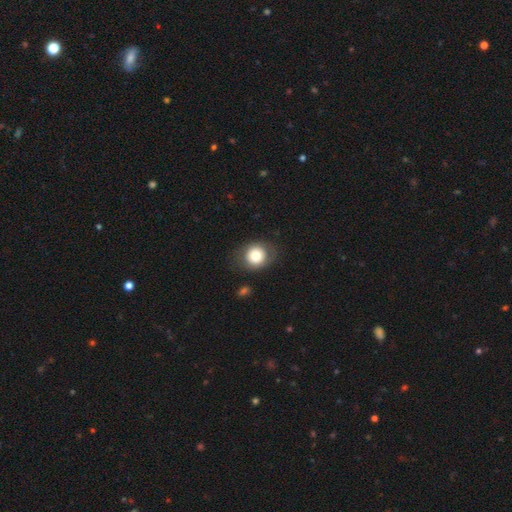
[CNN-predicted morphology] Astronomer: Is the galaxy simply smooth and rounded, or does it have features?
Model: smooth — 74%.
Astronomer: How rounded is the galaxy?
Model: round — 79%.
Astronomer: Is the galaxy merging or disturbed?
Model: none — 79%.